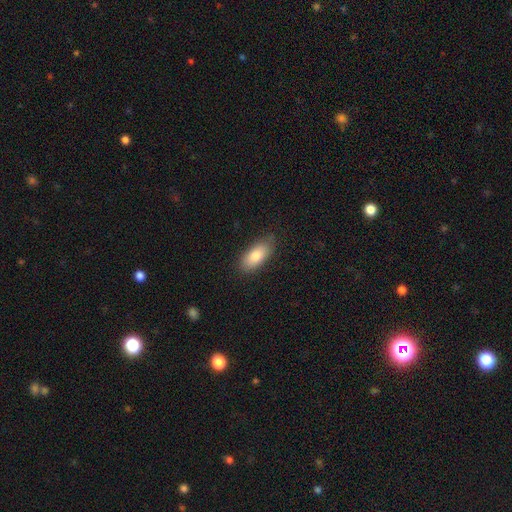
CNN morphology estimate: smooth_or_featured: smooth (p=0.83) [alt: featured or disk p=0.11]
how_rounded: in between (p=0.86) [alt: cigar-shaped p=0.11]
merging: none (p=0.81) [alt: minor disturbance p=0.15]